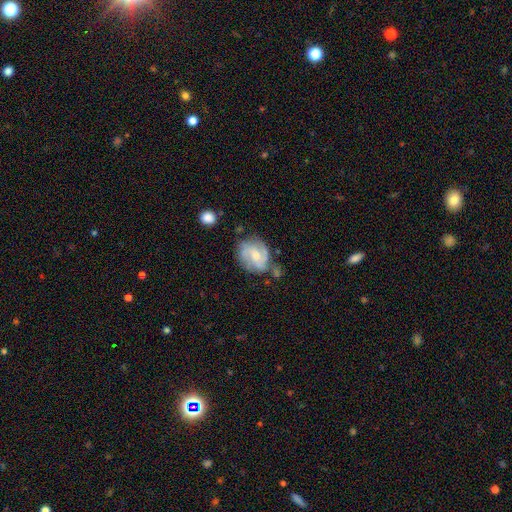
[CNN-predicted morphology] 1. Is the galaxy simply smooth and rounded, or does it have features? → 70% featured or disk, 24% smooth, 6% star or artifact.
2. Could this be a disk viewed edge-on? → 98% no, 2% yes.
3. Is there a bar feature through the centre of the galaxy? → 48% no, 44% weak, 8% strong.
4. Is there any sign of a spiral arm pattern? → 90% yes, 10% no.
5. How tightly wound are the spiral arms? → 47% medium, 33% tight, 20% loose.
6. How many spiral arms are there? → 51% 2, 23% 3, 17% can't tell, 4% 4, 3% 1, 2% more than 4.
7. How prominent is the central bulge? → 51% moderate, 37% small, 6% none, 5% large, 1% dominant.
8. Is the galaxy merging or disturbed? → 56% none, 25% minor disturbance, 11% major disturbance, 8% merger.